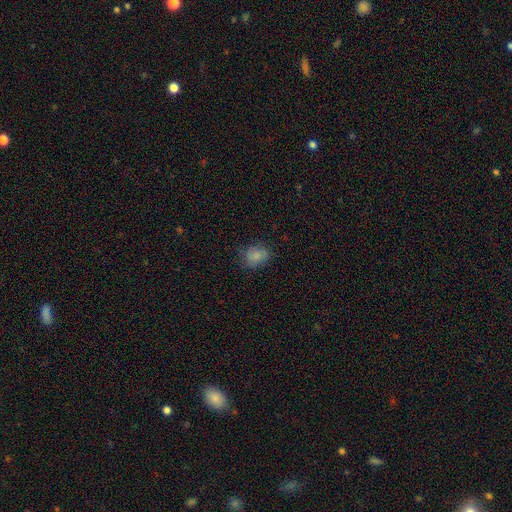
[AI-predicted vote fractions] Overall: smooth (81%). How rounded: in between (50%; round 49%). Merging: none (73%).